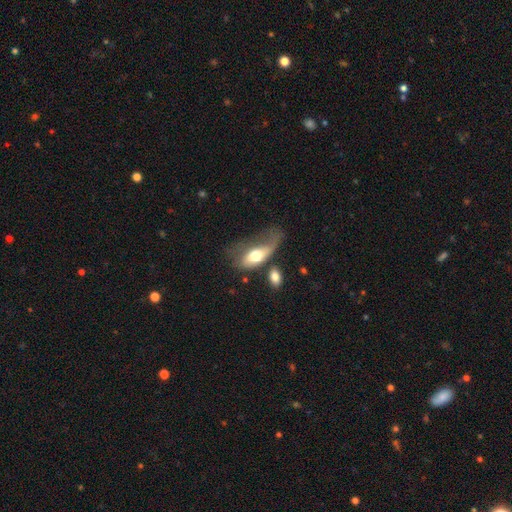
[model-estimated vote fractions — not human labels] smooth 57%, featured or disk 36%, star or artifact 7%. Down the decision tree: how rounded — in between (84%); merging — major disturbance (48%).